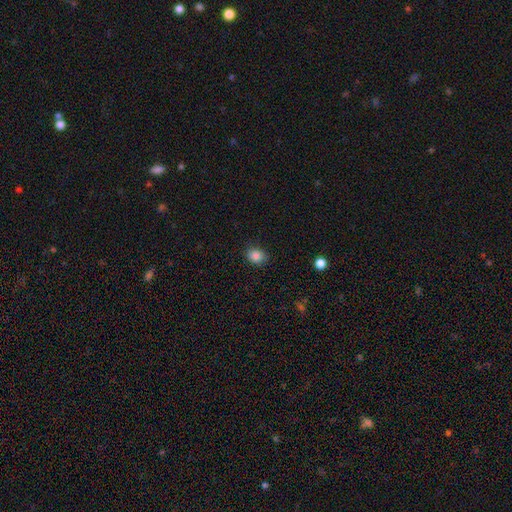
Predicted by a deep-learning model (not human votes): A smooth galaxy with no disk features (85%) that is round (50%). Merging: none (83%).